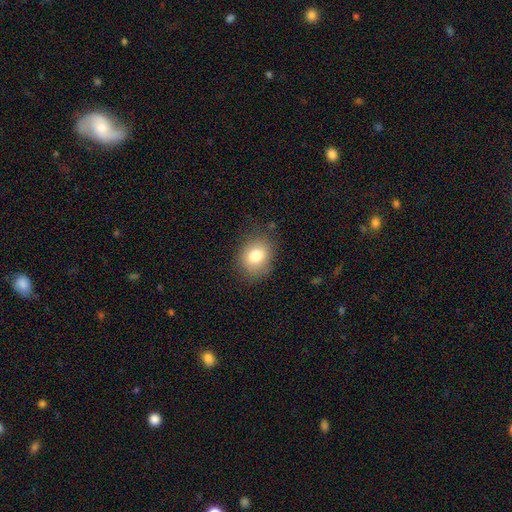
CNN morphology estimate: This is likely a smooth galaxy (79%). How rounded: possibly round (55%). Merging: likely none (80%).